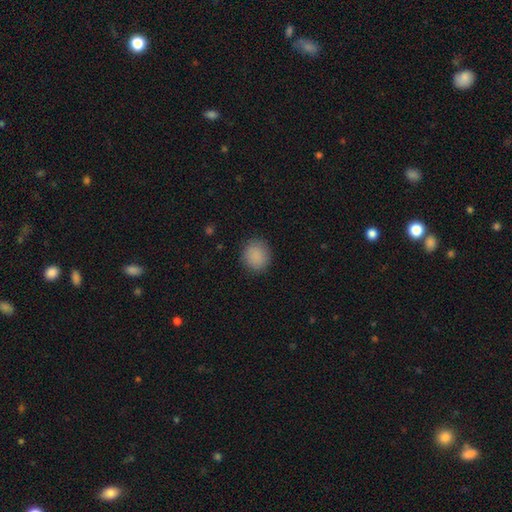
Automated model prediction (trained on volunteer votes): A smooth galaxy with no disk features (88%) that is round (81%). Merging: none (88%).